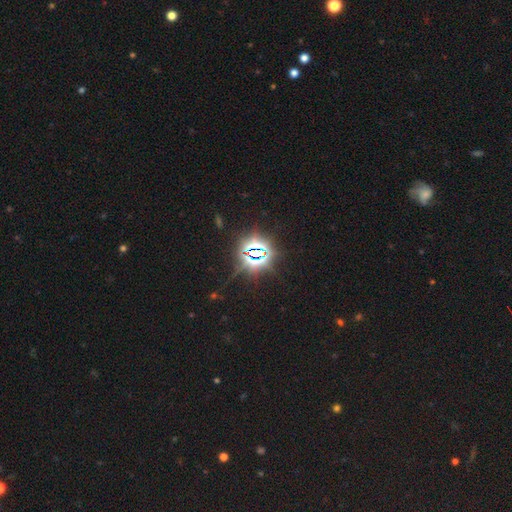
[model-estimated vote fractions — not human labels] This is clearly a star or artifact rather than a galaxy (83%).